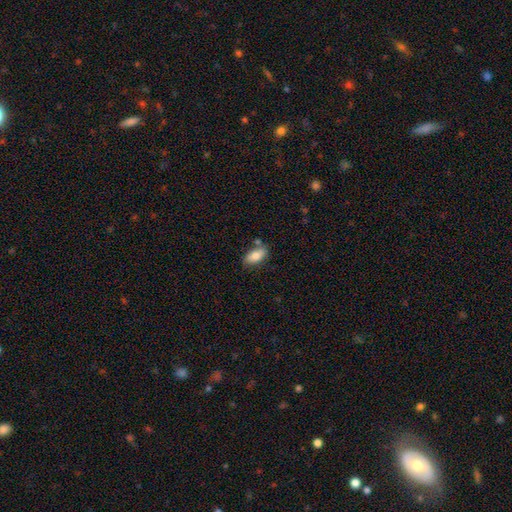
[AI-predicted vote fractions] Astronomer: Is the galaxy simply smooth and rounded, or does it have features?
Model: smooth — 81%.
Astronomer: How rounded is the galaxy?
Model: in between — 90%.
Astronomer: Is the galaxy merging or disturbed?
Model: none — 68%.